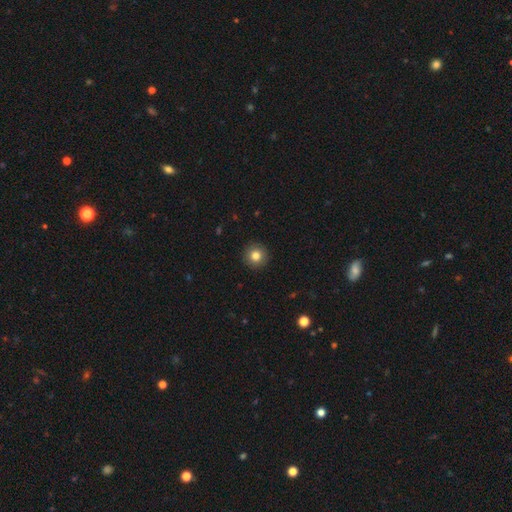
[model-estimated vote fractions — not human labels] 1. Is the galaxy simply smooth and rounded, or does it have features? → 81% smooth, 10% star or artifact, 8% featured or disk.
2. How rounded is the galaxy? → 96% round, 3% in between, 1% cigar-shaped.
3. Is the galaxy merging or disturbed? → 92% none, 5% minor disturbance, 2% major disturbance, 1% merger.